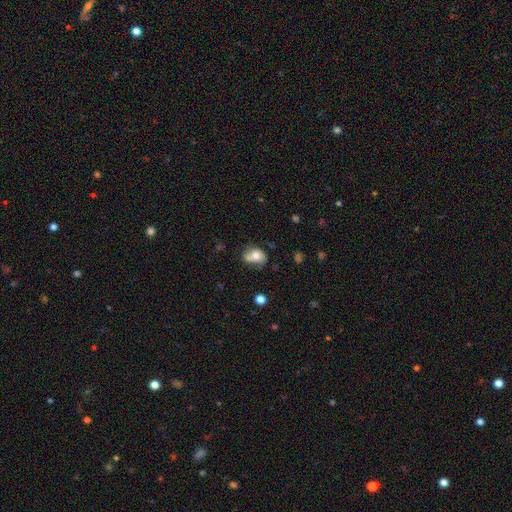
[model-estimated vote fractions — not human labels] smooth-or-featured: smooth: 59% | featured or disk: 32% | star or artifact: 9%
  how-rounded: in between: 61% | round: 37% | cigar-shaped: 1%
  merging: none: 45% | minor disturbance: 30% | major disturbance: 14% | merger: 12%